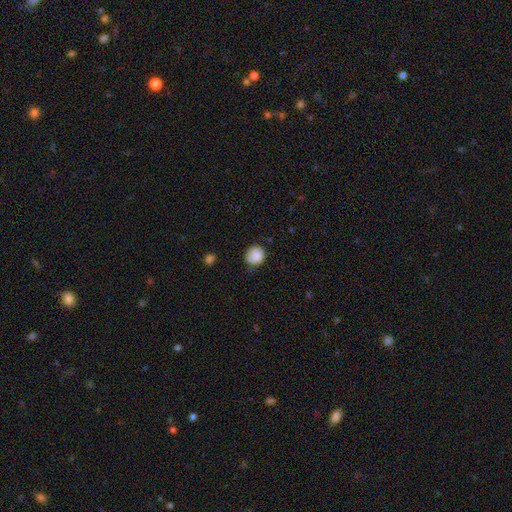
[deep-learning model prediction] Smooth or featured?
  - smooth: 86% *
  - star or artifact: 8%
  - featured or disk: 5%
How rounded?
  - round: 87% *
  - in between: 12%
  - cigar-shaped: 1%
Merging?
  - none: 72% *
  - minor disturbance: 22%
  - major disturbance: 4%
  - merger: 2%